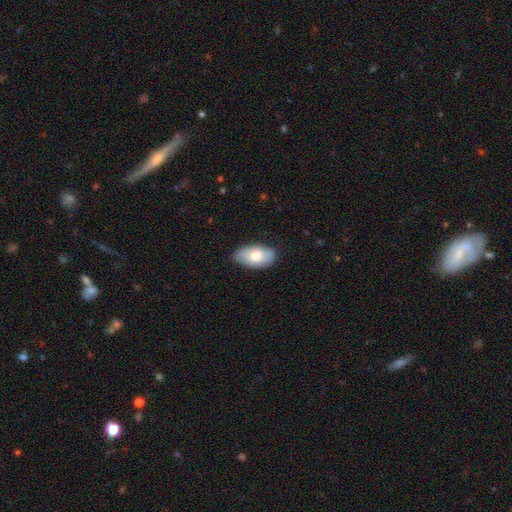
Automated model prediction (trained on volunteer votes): The model was most divided on "smooth or featured": smooth: 72%, featured or disk: 22%, star or artifact: 6%. More confident: how rounded — in between (94%); merging — none (80%).